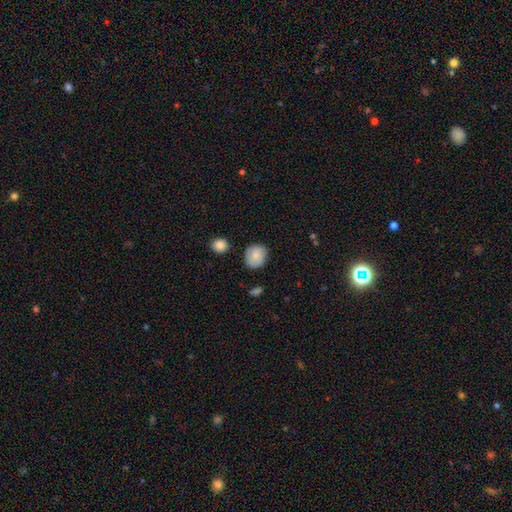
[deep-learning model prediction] Q: Smooth or featured?
A: smooth (80%); runner-up: featured or disk (13%)
Q: How rounded?
A: round (72%); runner-up: in between (28%)
Q: Merging?
A: none (76%); runner-up: minor disturbance (18%)